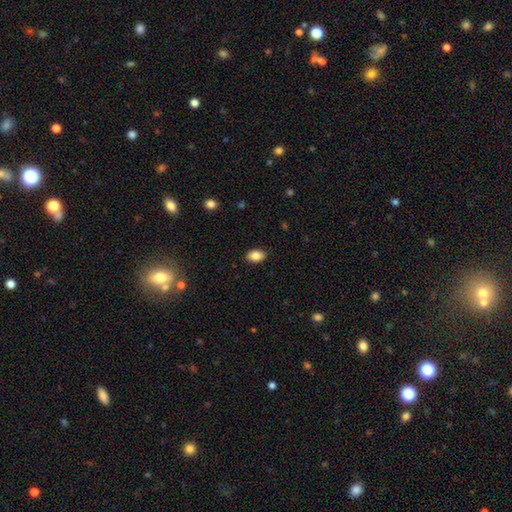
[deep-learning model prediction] Smooth or featured? Predicted: smooth (p=0.85). How rounded? Predicted: in between (p=0.88). Merging? Predicted: none (p=0.89).